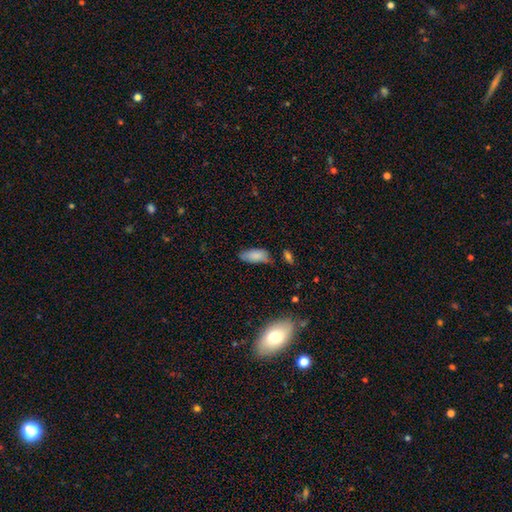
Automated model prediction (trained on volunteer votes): Smooth or featured?
  - smooth: 85% *
  - featured or disk: 8%
  - star or artifact: 8%
How rounded?
  - in between: 87% *
  - cigar-shaped: 11%
  - round: 2%
Merging?
  - none: 61% *
  - minor disturbance: 28%
  - major disturbance: 6%
  - merger: 5%